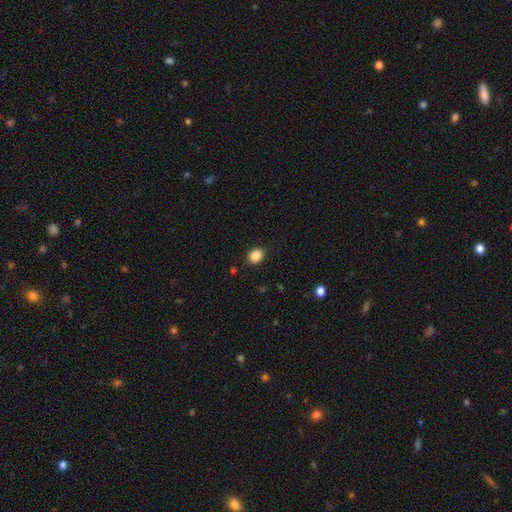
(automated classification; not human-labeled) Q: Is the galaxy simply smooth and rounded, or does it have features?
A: smooth — 87%.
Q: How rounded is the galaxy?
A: in between — 61%.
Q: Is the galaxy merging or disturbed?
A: none — 90%.